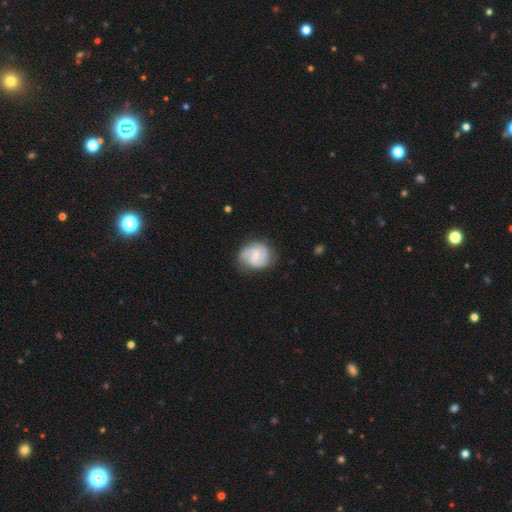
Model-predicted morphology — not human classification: Overall: featured or disk (75%). Edge-on disk: no (98%). Bar: weak (56%; no 32%). Spiral arms: yes (94%). Spiral arm count: 2 (78%). Spiral winding: medium (48%; tight 36%). Bulge size: small (56%; moderate 35%). Merging: none (75%).